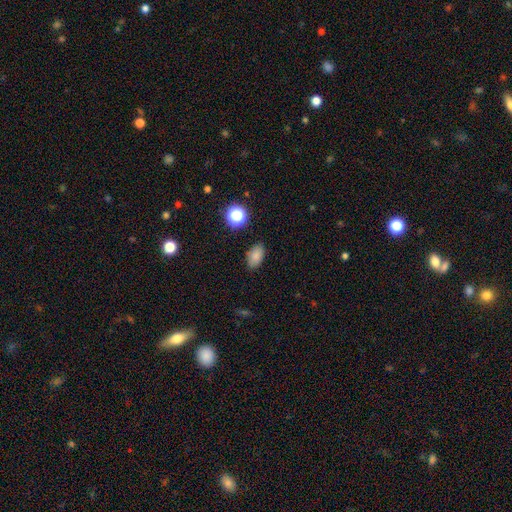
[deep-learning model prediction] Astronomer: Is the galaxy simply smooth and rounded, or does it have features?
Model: smooth — 83%.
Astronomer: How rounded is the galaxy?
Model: in between — 89%.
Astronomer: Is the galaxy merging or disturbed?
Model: none — 84%.